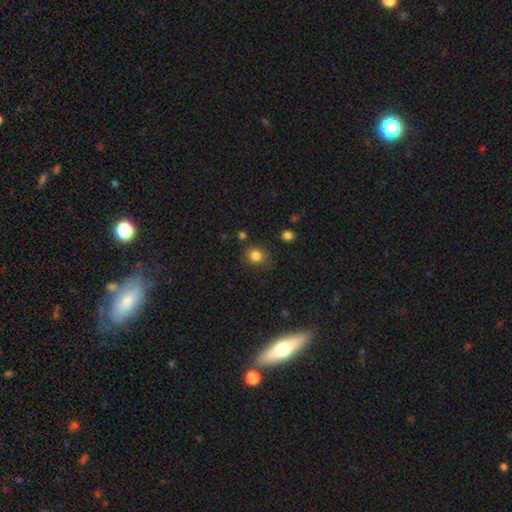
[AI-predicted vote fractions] smooth 83%, star or artifact 12%, featured or disk 5%. Down the decision tree: how rounded — round (75%); merging — none (80%).